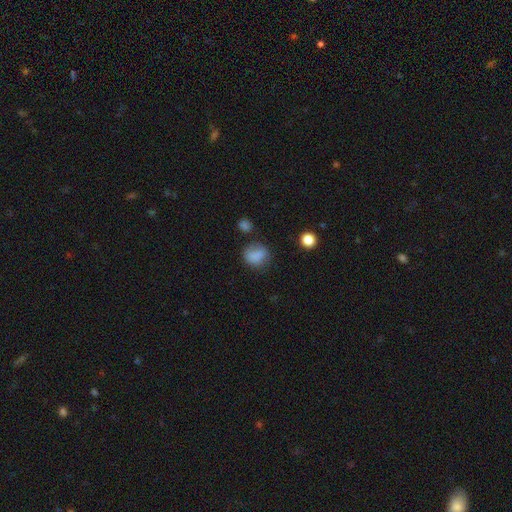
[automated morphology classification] The model was most divided on "how rounded": round: 59%, in between: 39%, cigar-shaped: 2%. More confident: smooth or featured — smooth (80%); merging — none (62%).